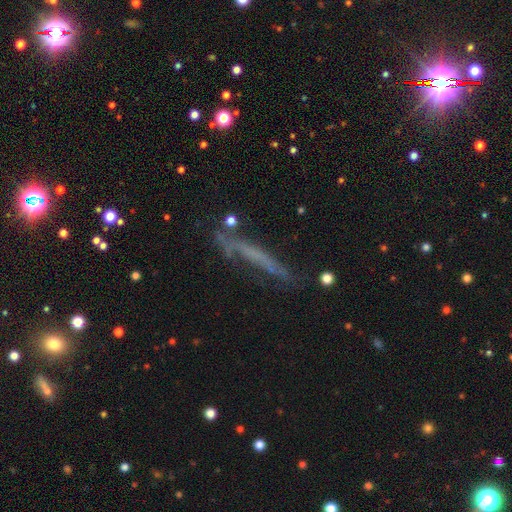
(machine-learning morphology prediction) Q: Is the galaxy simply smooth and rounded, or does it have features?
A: featured or disk — 41%.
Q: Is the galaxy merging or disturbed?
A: none — 65%.